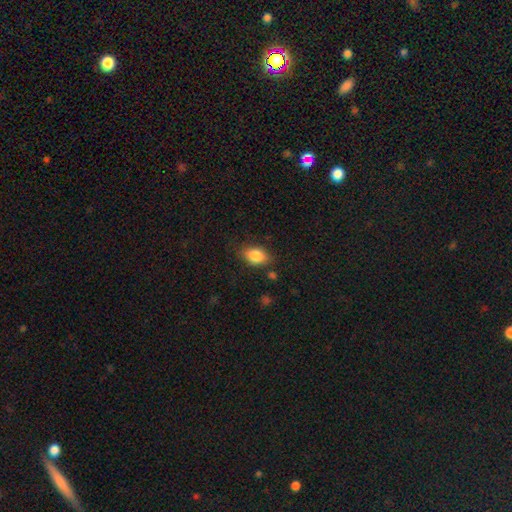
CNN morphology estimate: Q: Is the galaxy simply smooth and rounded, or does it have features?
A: smooth — 84%.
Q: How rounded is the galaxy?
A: in between — 80%.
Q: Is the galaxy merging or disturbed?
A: none — 77%.